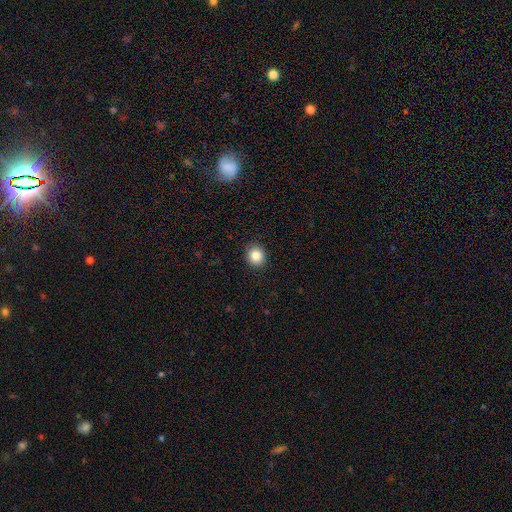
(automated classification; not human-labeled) Smooth or featured? smooth (86%)
How rounded? round (82%)
Merging? none (91%)